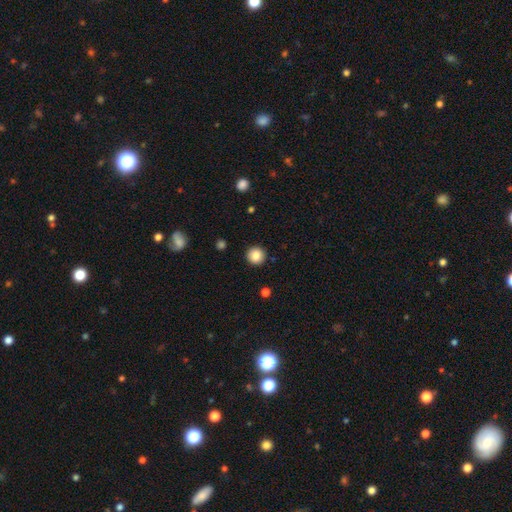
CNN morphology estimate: Smooth or featured? smooth (86%)
How rounded? round (95%)
Merging? none (92%)